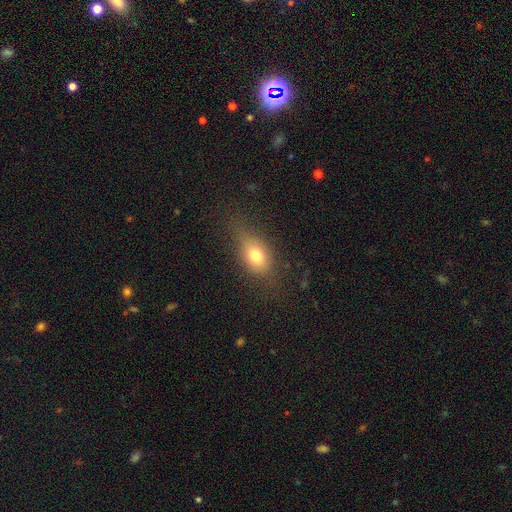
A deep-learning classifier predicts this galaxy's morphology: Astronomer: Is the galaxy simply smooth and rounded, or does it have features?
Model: smooth — 75%.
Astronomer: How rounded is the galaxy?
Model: in between — 75%.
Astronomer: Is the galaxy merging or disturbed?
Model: none — 63%.